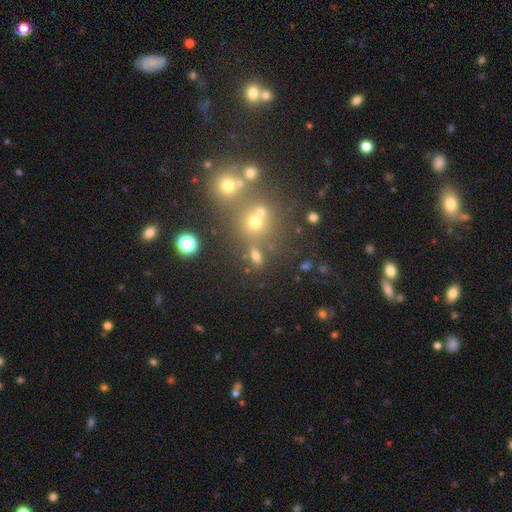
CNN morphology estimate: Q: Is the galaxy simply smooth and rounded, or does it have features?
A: smooth — 66%.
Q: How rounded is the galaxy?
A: in between — 68%.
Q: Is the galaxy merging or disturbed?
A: none — 67%.